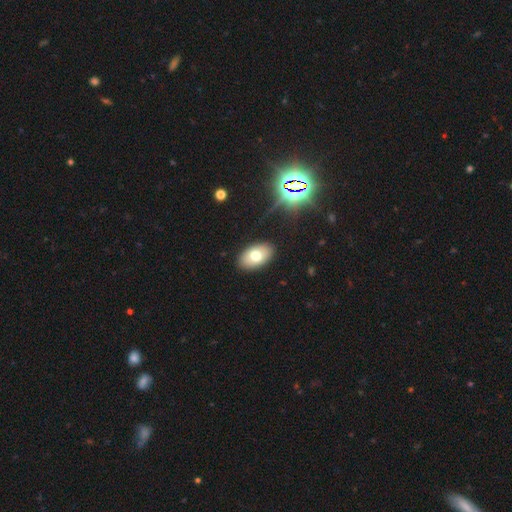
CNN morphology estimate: This appears to be a smooth galaxy with no disk features (72%) that is in between round and cigar-shaped (92%). Merging: none (89%).